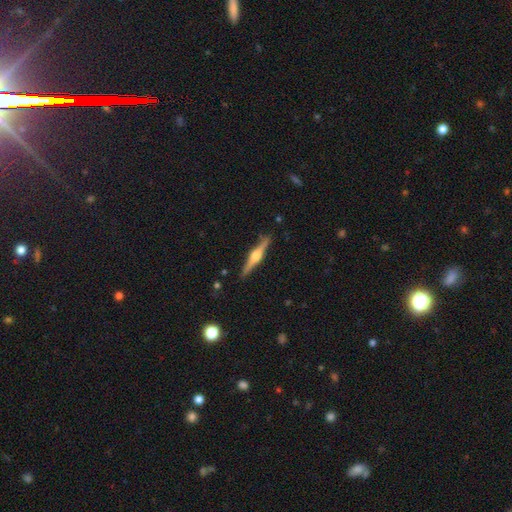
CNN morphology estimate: Q: Smooth or featured?
A: featured or disk (79%); runner-up: smooth (16%)
Q: Edge-on disk?
A: yes (98%); runner-up: no (2%)
Q: Edge-on bulge?
A: rounded (92%); runner-up: boxy (6%)
Q: Merging?
A: none (90%); runner-up: minor disturbance (7%)